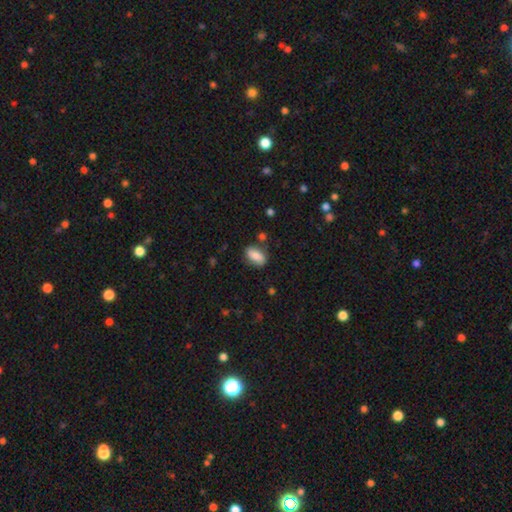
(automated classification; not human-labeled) The model was most divided on "merging": none: 75%, minor disturbance: 17%, major disturbance: 4%, merger: 4%. More confident: how rounded — in between (87%); smooth or featured — smooth (78%).